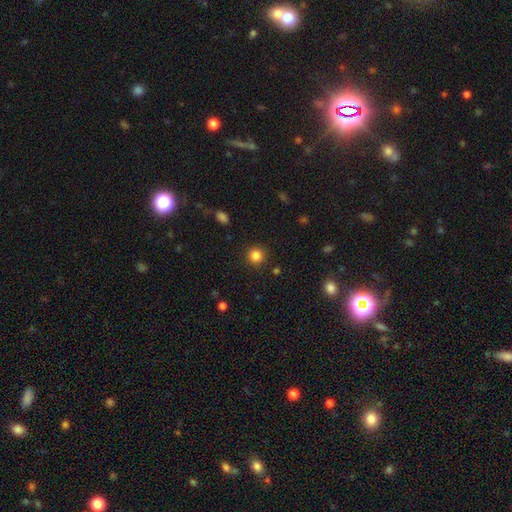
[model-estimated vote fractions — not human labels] Smooth or featured?
  - smooth: 84% *
  - star or artifact: 12%
  - featured or disk: 4%
How rounded?
  - round: 93% *
  - in between: 6%
  - cigar-shaped: 1%
Merging?
  - none: 90% *
  - minor disturbance: 6%
  - major disturbance: 2%
  - merger: 1%